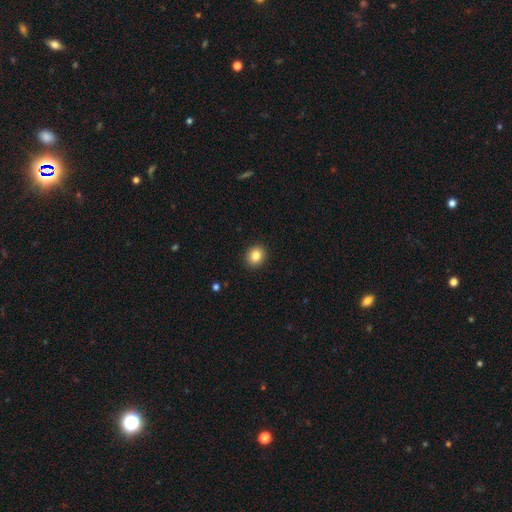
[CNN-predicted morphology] A smooth galaxy with no disk features (85%) that is round (75%).

Vote fractions:
- Smooth or featured? smooth: 85% / star or artifact: 10% / featured or disk: 5%
- How rounded? round: 75% / in between: 24% / cigar-shaped: 1%
- Merging? none: 92% / minor disturbance: 5% / major disturbance: 2% / merger: 1%